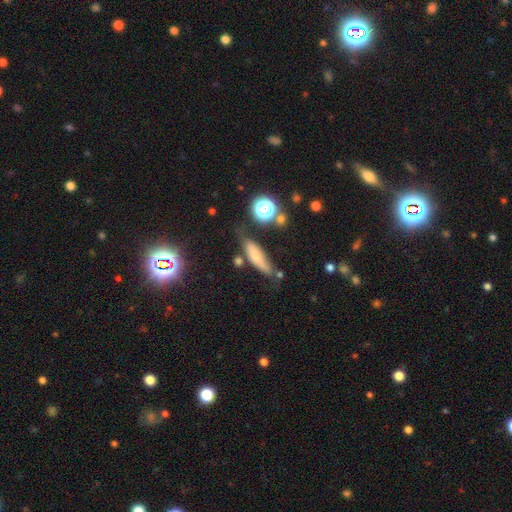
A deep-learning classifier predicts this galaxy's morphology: Smooth or featured? smooth (63%)
How rounded? cigar-shaped (57%)
Merging? none (63%)